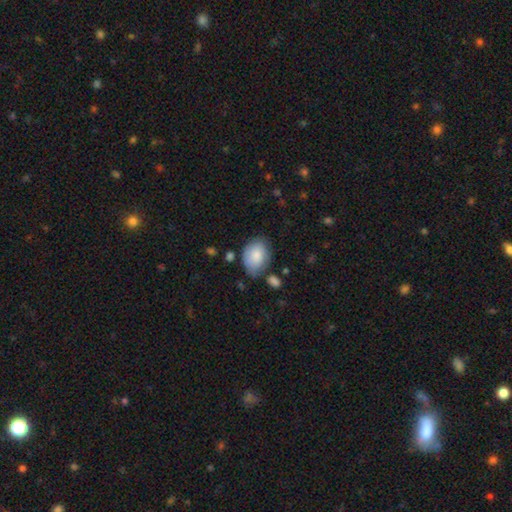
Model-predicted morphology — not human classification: smooth 83%, featured or disk 10%, star or artifact 6%. Down the decision tree: how rounded — in between (81%); merging — none (66%).